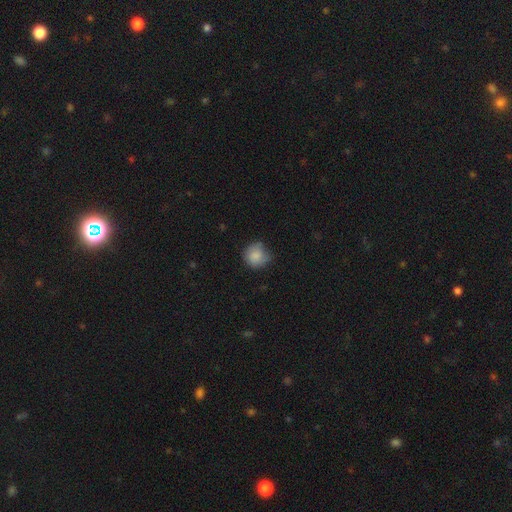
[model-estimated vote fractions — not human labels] Smooth or featured: smooth — 82% (featured or disk — 10%)
How rounded: round — 84% (in between — 15%)
Merging: none — 59% (minor disturbance — 31%)